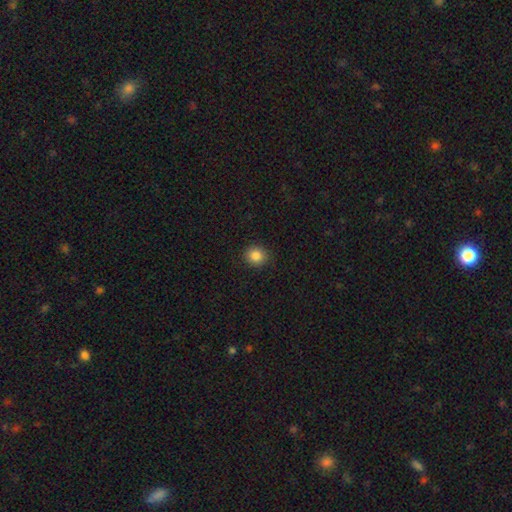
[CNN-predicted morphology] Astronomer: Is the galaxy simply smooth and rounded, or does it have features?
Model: smooth — 86%.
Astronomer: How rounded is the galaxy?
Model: round — 86%.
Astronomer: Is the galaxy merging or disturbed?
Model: none — 90%.